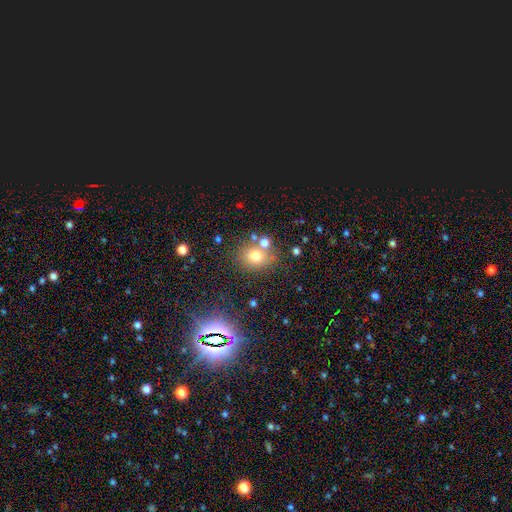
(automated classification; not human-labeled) This is likely a smooth galaxy (71%). How rounded: likely round (67%). Merging: likely none (67%).